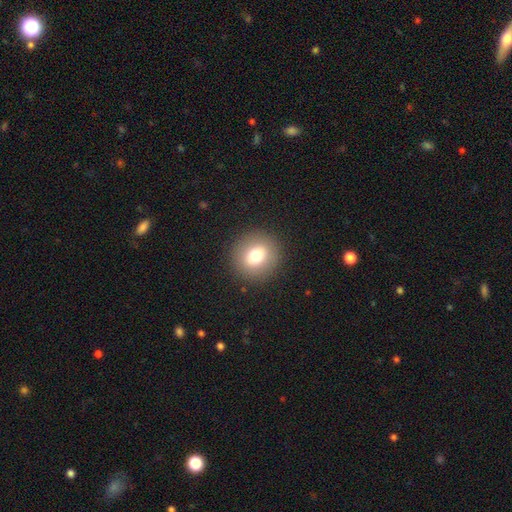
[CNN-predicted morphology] smooth 73%, featured or disk 15%, star or artifact 11%. Down the decision tree: how rounded — round (87%); merging — none (90%).